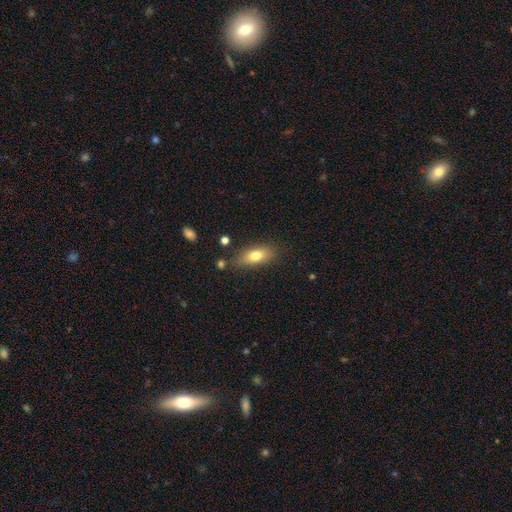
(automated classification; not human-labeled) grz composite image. It shows a smooth galaxy with no disk features (75%) that is in between round and cigar-shaped (79%). Merging: none (76%).